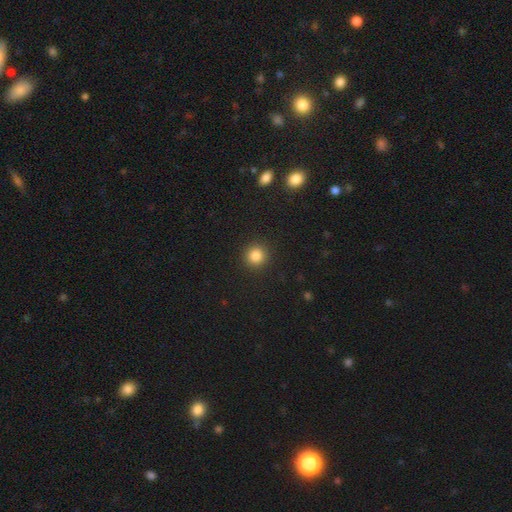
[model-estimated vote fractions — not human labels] smooth-or-featured: smooth: 84% | star or artifact: 11% | featured or disk: 4%
  how-rounded: round: 93% | in between: 6% | cigar-shaped: 1%
  merging: none: 92% | minor disturbance: 5% | major disturbance: 2% | merger: 1%